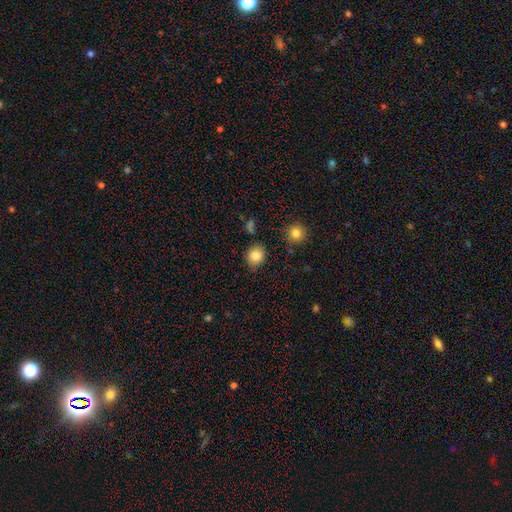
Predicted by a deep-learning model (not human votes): Smooth or featured? Predicted: smooth (p=0.84). How rounded? Predicted: round (p=0.77). Merging? Predicted: none (p=0.84).